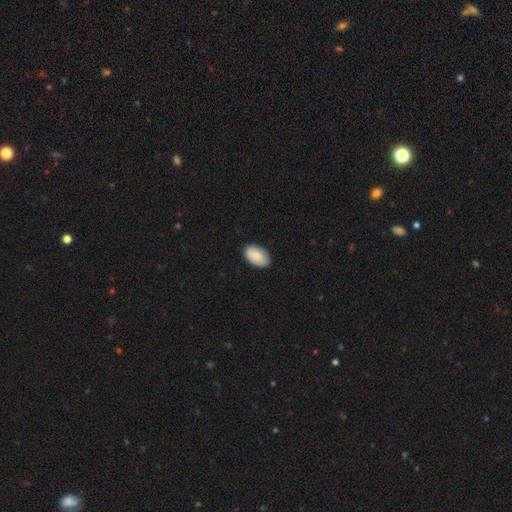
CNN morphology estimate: This is clearly a smooth galaxy (86%). How rounded: clearly in between (93%). Merging: clearly none (86%).